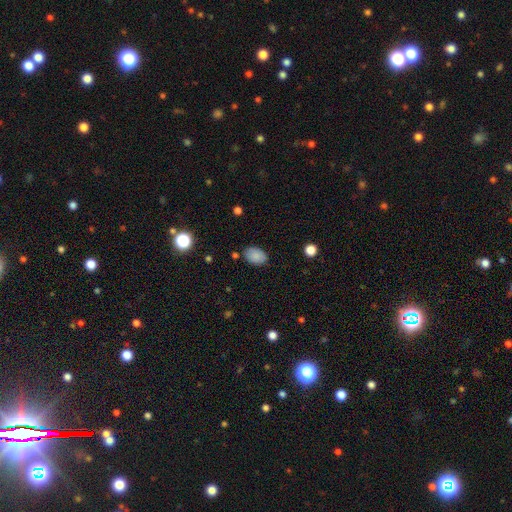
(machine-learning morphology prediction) A smooth galaxy with no disk features (86%) that is in between round and cigar-shaped (84%). Merging: none (82%).